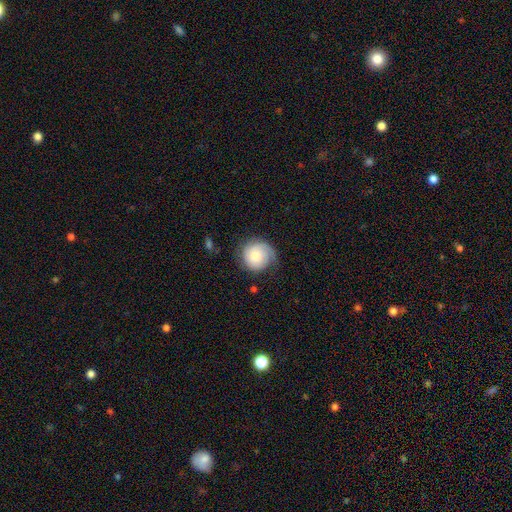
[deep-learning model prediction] Overall: smooth (54%; featured or disk 39%). How rounded: round (89%). Merging: none (64%; minor disturbance 24%).